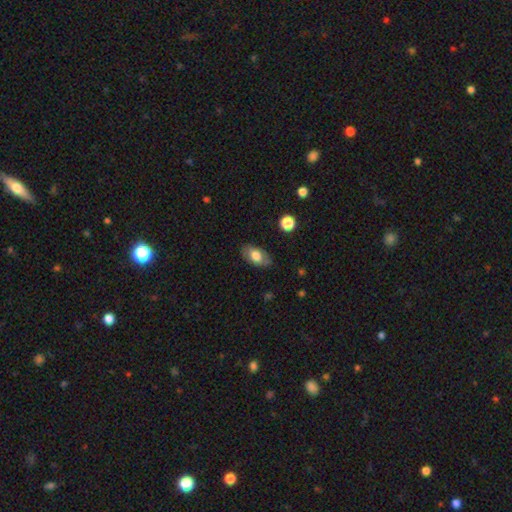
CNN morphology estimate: The model was most divided on "smooth or featured": smooth: 70%, featured or disk: 22%, star or artifact: 7%. More confident: how rounded — in between (91%); merging — none (81%).